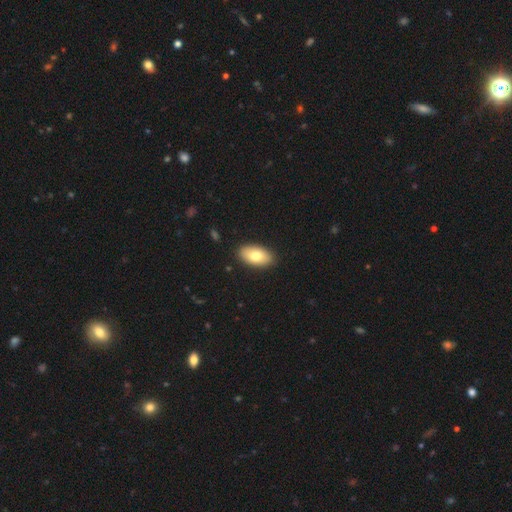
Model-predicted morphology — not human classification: A smooth galaxy with no disk features (78%) that is in between round and cigar-shaped (94%). Merging: none (89%).